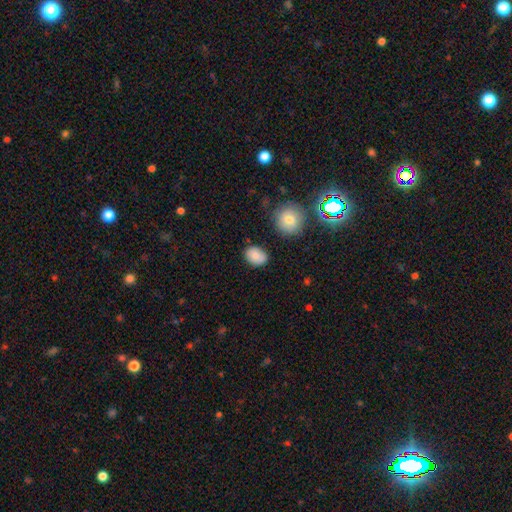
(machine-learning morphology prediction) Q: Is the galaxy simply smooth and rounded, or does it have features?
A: smooth — 82%.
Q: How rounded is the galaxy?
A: in between — 63%.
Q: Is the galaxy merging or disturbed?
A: none — 81%.